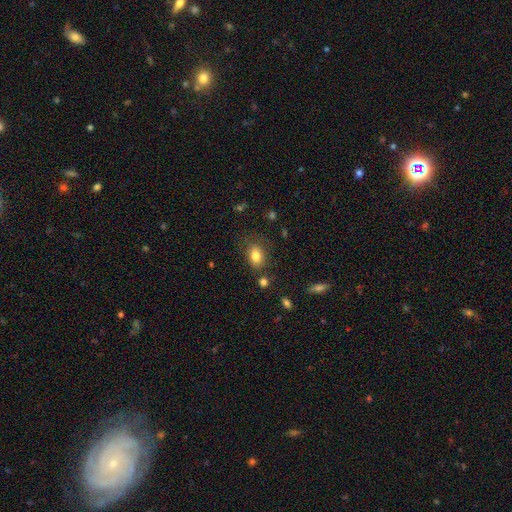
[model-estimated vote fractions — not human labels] The model was most divided on "how rounded": in between: 79%, round: 20%, cigar-shaped: 1%. More confident: smooth or featured — smooth (82%); merging — none (75%).